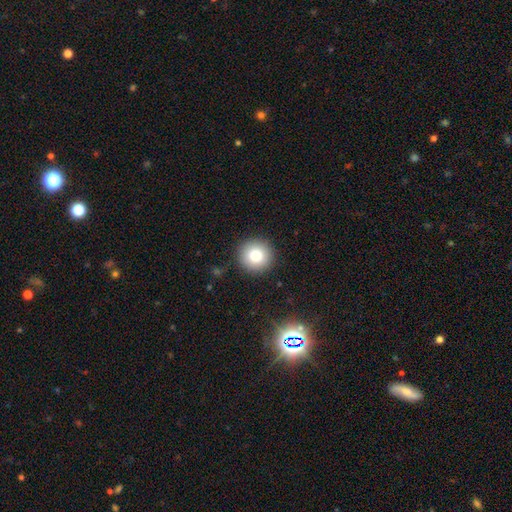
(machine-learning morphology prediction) Smooth or featured? smooth (83%)
How rounded? round (95%)
Merging? none (91%)